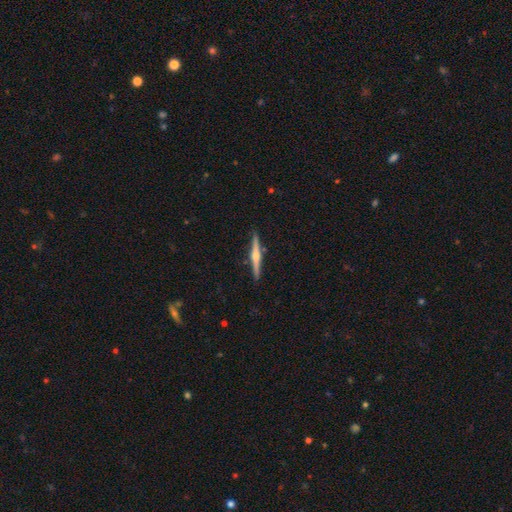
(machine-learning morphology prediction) A featured or disk galaxy (69%) viewed edge-on (98%) with a rounded central bulge (85%). Merging: none (90%).